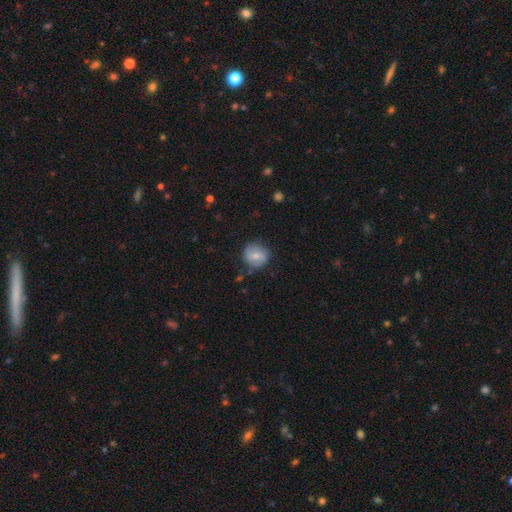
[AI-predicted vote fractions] The model was most divided on "smooth or featured": smooth: 48%, featured or disk: 44%, star or artifact: 7%. More confident: merging — none (76%).